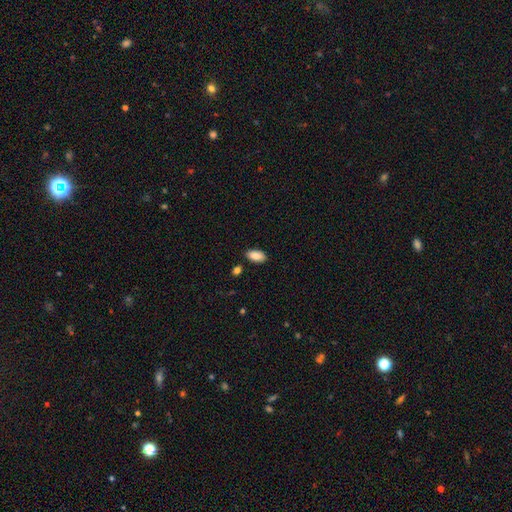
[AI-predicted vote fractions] This appears to be a smooth galaxy with no disk features (88%) that is in between round and cigar-shaped (94%). Merging: none (84%).